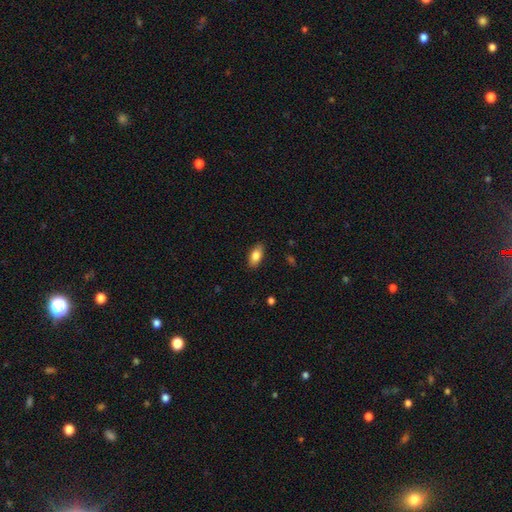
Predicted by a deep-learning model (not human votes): Smooth or featured? smooth (82%)
How rounded? in between (88%)
Merging? none (87%)